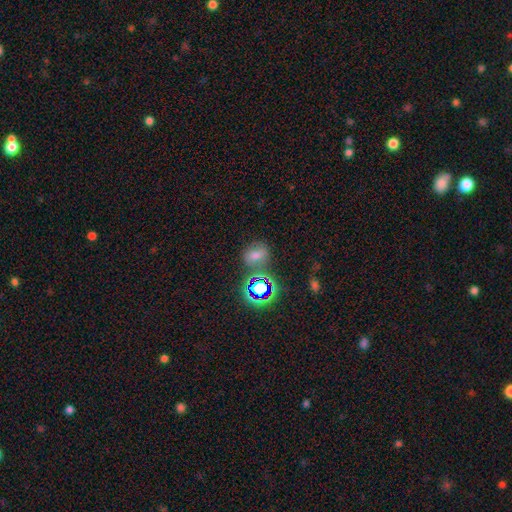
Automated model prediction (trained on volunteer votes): Smooth or featured: smooth — 43% (star or artifact — 42%)
Merging: none — 65% (minor disturbance — 15%)